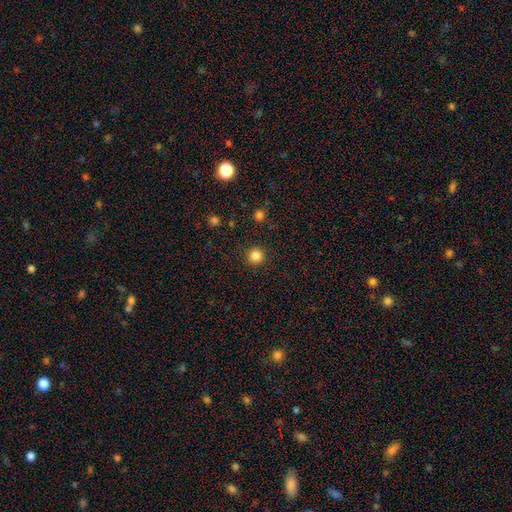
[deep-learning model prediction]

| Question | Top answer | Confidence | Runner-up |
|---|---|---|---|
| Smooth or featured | smooth | 85% | star or artifact (12%) |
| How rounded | round | 95% | in between (4%) |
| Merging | none | 92% | minor disturbance (5%) |